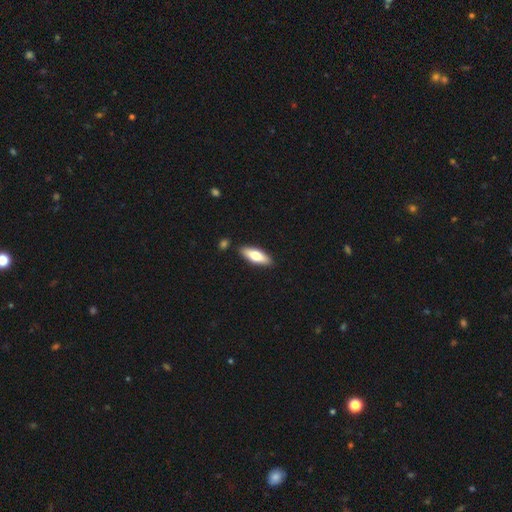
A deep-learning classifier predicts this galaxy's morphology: Smooth or featured? smooth (64%)
How rounded? in between (55%)
Merging? none (87%)